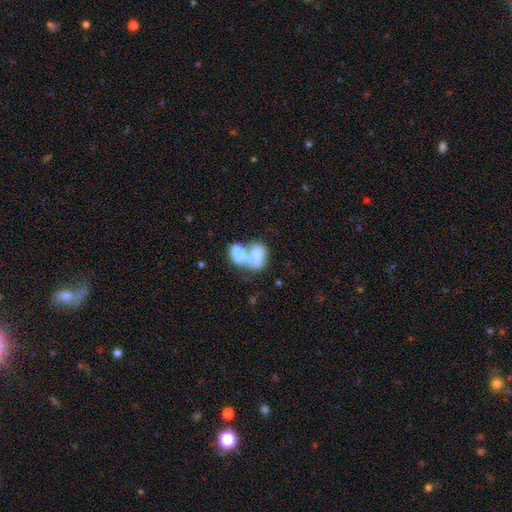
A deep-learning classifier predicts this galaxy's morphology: This is likely a smooth galaxy (66%). How rounded: clearly in between (86%). Merging: likely merger (78%).